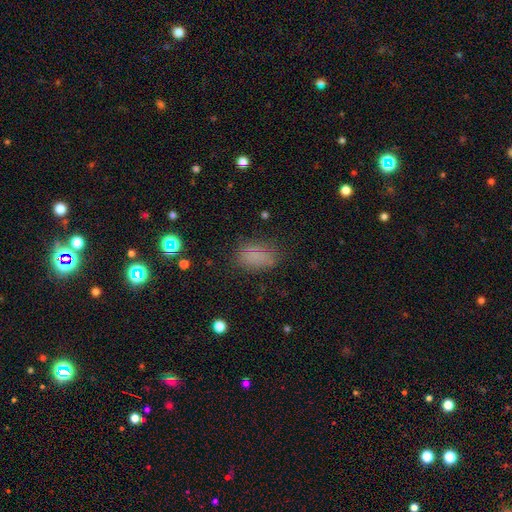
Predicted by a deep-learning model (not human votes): Q: Smooth or featured?
A: smooth (76%); runner-up: star or artifact (15%)
Q: How rounded?
A: in between (87%); runner-up: round (9%)
Q: Merging?
A: none (72%); runner-up: minor disturbance (18%)